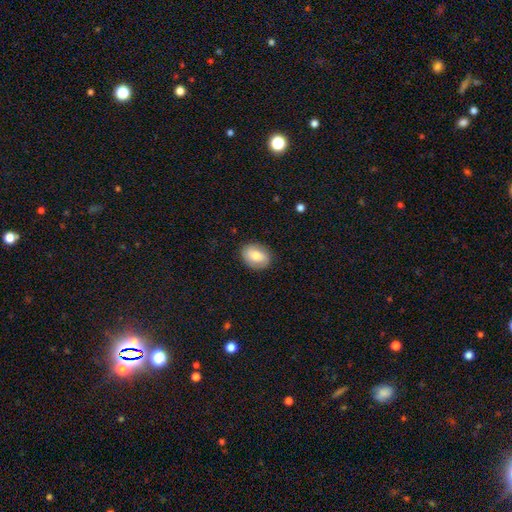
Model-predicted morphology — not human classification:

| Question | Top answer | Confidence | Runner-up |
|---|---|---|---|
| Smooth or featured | smooth | 75% | featured or disk (18%) |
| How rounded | in between | 71% | round (28%) |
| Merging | none | 86% | minor disturbance (10%) |